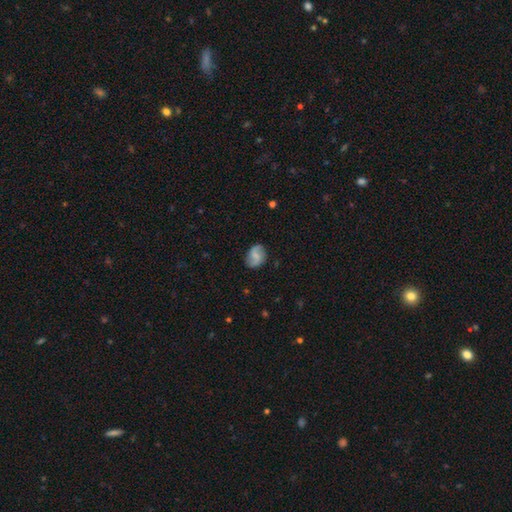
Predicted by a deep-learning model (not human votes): This is possibly a featured or disk galaxy (54%). It is clearly not viewed edge-on (97%). Bar: possibly weak (48%). Spiral arm pattern: clearly yes (89%). Central bulge: marginally none (37%). Merging: clearly none (80%).